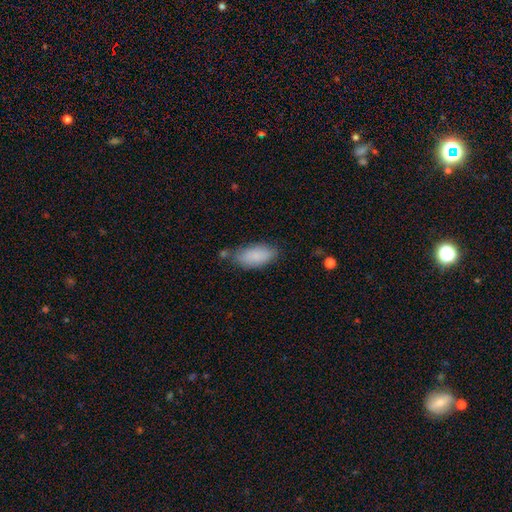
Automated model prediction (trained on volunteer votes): Smooth or featured: smooth — 86% (featured or disk — 8%)
How rounded: in between — 88% (cigar-shaped — 10%)
Merging: none — 66% (minor disturbance — 23%)